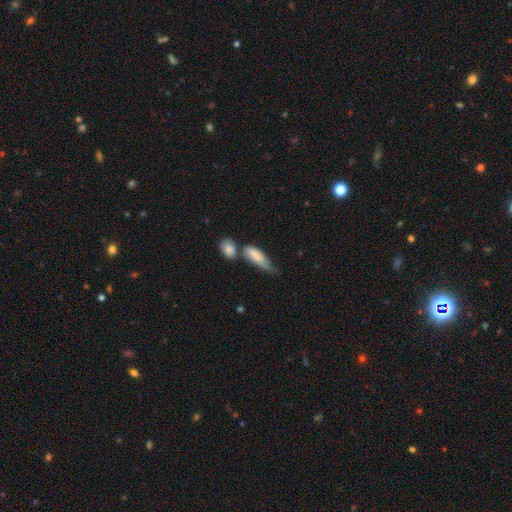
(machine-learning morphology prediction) This appears to be a smooth galaxy with no disk features (74%) that is in between round and cigar-shaped (71%). Merging: minor disturbance (28%, tied with merger).